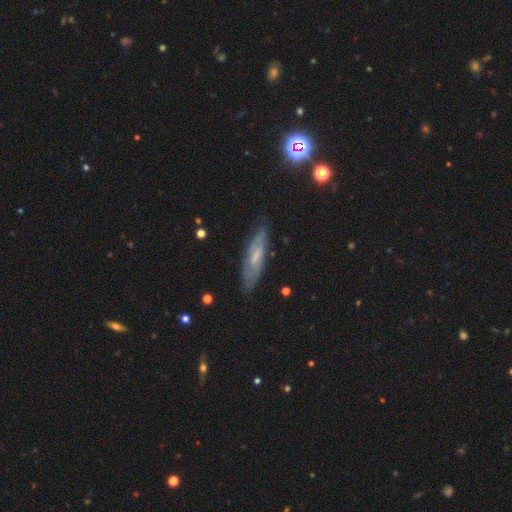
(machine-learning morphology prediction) Q: Smooth or featured?
A: featured or disk (53%); runner-up: smooth (38%)
Q: Edge-on disk?
A: no (56%); runner-up: yes (44%)
Q: Merging?
A: none (79%); runner-up: minor disturbance (16%)